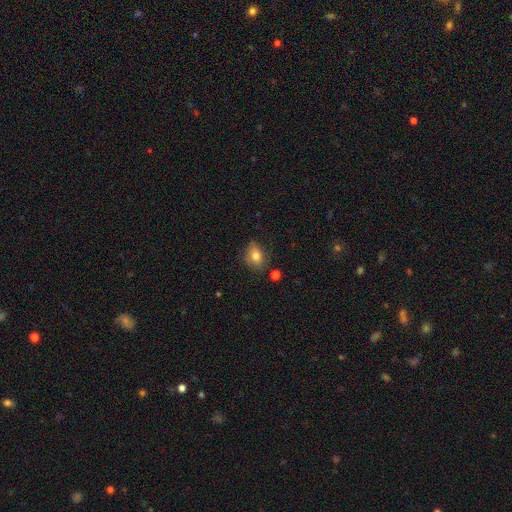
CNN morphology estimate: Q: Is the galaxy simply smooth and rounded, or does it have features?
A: smooth — 78%.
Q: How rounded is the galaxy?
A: in between — 66%.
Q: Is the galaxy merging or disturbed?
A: none — 73%.